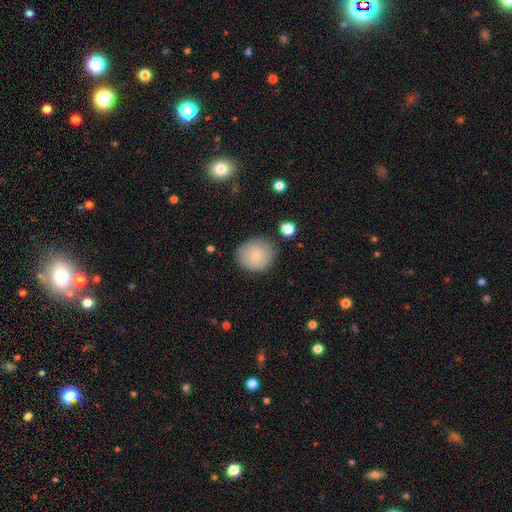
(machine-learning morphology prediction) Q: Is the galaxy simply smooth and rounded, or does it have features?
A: smooth — 73%.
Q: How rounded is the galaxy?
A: round — 82%.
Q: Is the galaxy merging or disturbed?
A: none — 79%.